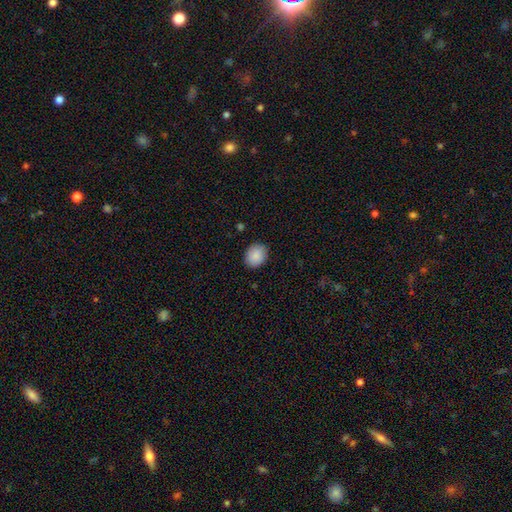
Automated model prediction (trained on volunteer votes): This appears to be a smooth galaxy with no disk features (89%) that is round (52%). Merging: none (88%).